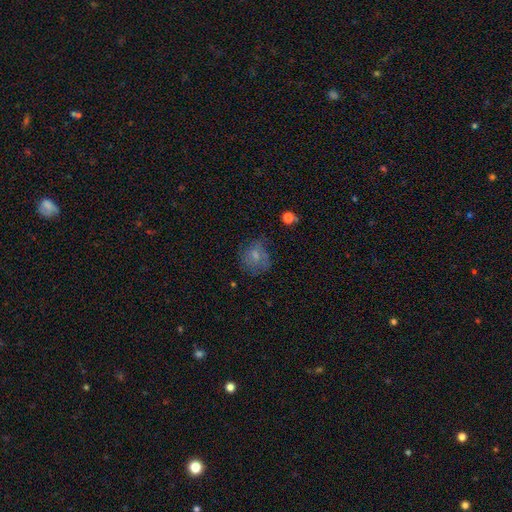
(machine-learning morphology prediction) type=smooth (61%); roundness=round (69%); merging=none (54%).